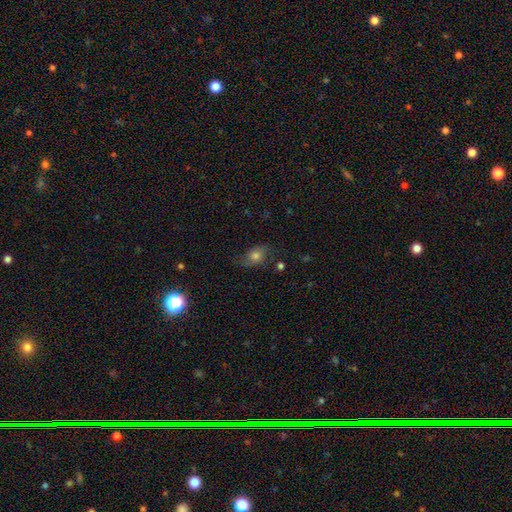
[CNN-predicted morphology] This is possibly a smooth galaxy (55%). How rounded: likely in between (63%). Merging: likely none (60%).